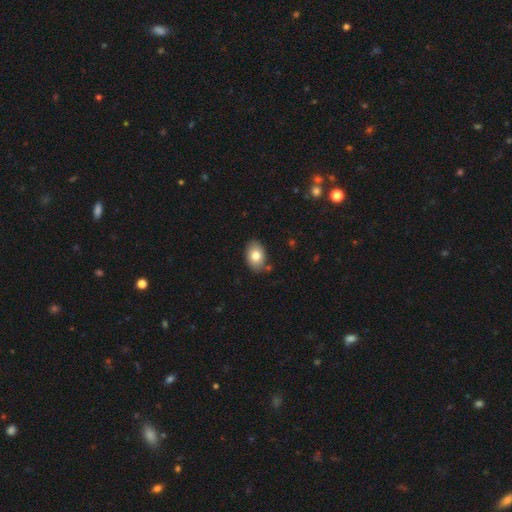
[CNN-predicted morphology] Q: Smooth or featured?
A: smooth (79%); runner-up: featured or disk (13%)
Q: How rounded?
A: in between (84%); runner-up: round (15%)
Q: Merging?
A: none (83%); runner-up: minor disturbance (12%)